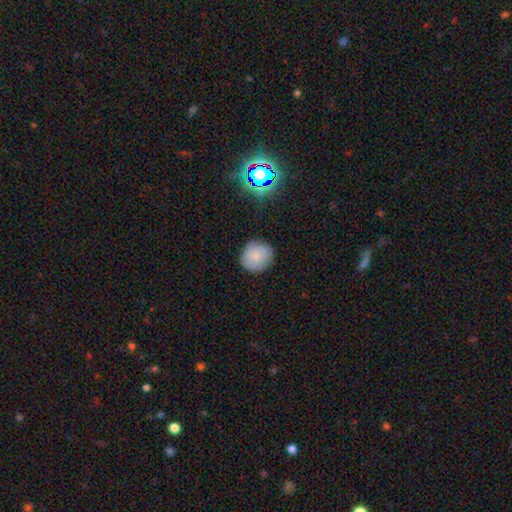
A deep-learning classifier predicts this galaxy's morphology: A smooth galaxy with no disk features (82%) that is round (85%). Merging: none (83%).